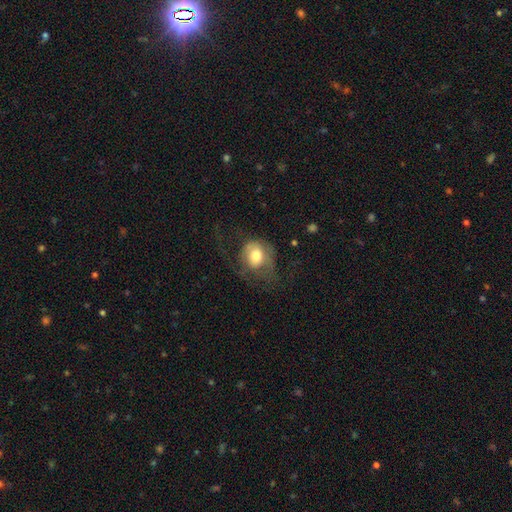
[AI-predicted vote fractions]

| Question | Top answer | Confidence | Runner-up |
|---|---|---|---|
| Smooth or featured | smooth | 61% | featured or disk (31%) |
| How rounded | round | 63% | in between (36%) |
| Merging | major disturbance | 45% | none (33%) |